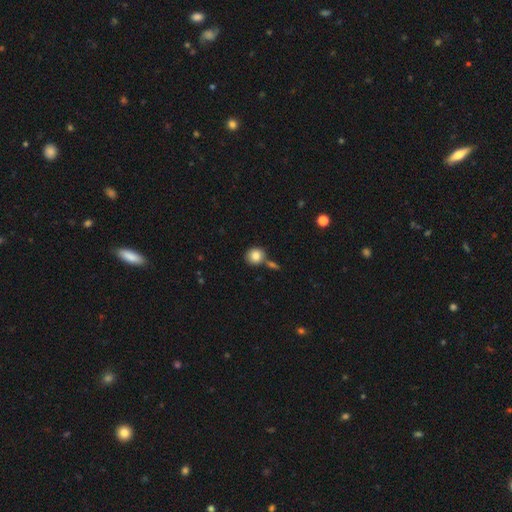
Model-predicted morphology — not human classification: Smooth or featured? smooth (84%)
How rounded? round (83%)
Merging? none (65%)